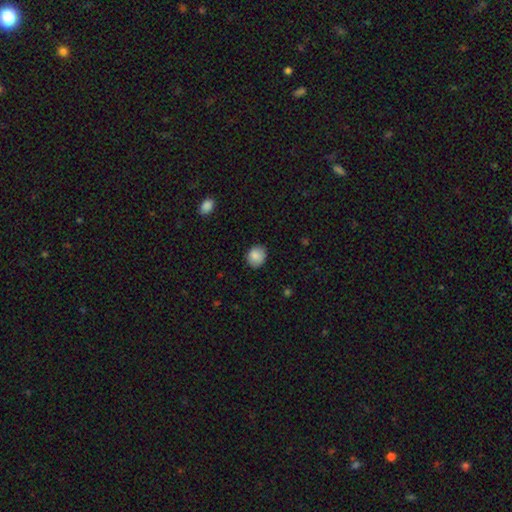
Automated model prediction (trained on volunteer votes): Smooth or featured: smooth — 85% (star or artifact — 8%)
How rounded: round — 72% (in between — 27%)
Merging: none — 83% (minor disturbance — 14%)